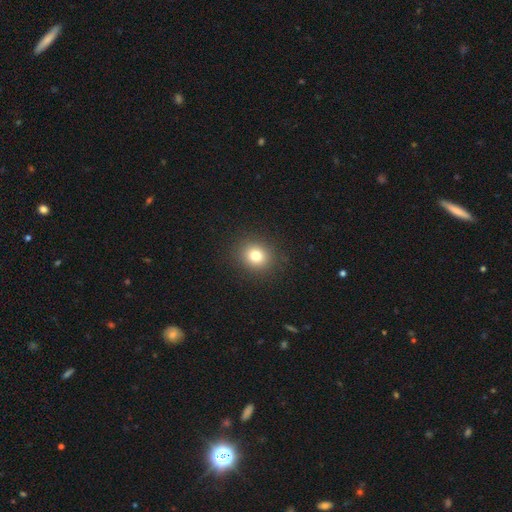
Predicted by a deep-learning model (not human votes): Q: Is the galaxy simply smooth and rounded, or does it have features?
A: smooth — 79%.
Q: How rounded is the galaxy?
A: round — 78%.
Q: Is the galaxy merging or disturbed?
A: none — 90%.